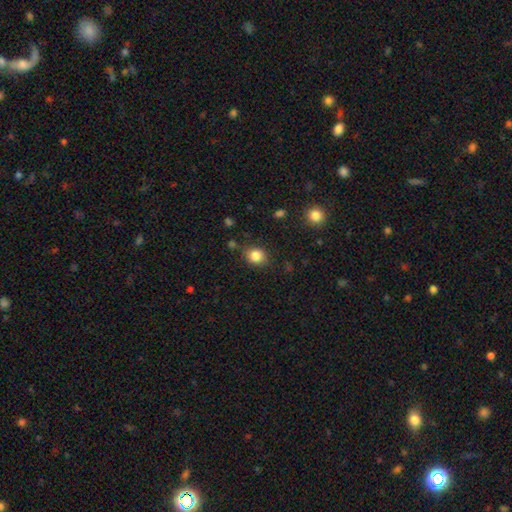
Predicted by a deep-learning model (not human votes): This is clearly a smooth galaxy (84%). How rounded: likely round (67%). Merging: clearly none (80%).